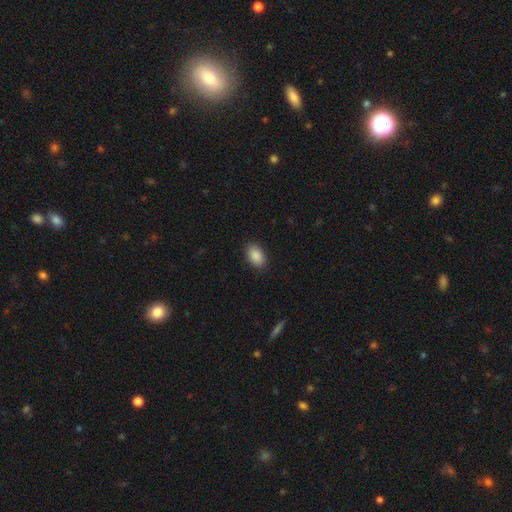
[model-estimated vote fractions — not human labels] A smooth galaxy with no disk features (90%) that is in between round and cigar-shaped (92%).

Vote fractions:
- Smooth or featured? smooth: 90% / star or artifact: 7% / featured or disk: 3%
- How rounded? in between: 92% / round: 6% / cigar-shaped: 2%
- Merging? none: 89% / minor disturbance: 8% / major disturbance: 2% / merger: 1%